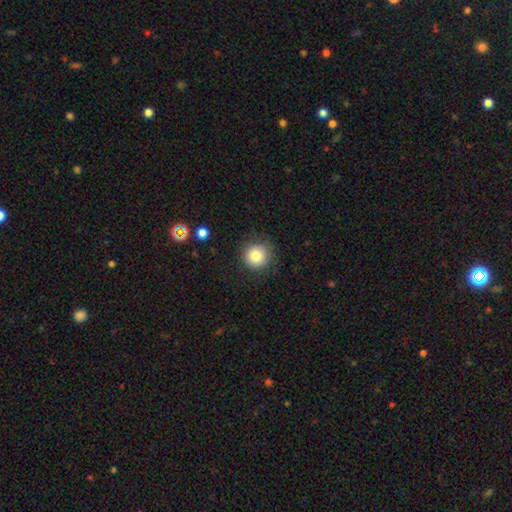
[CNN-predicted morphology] This is clearly a smooth galaxy (81%). How rounded: clearly round (94%). Merging: clearly none (85%).